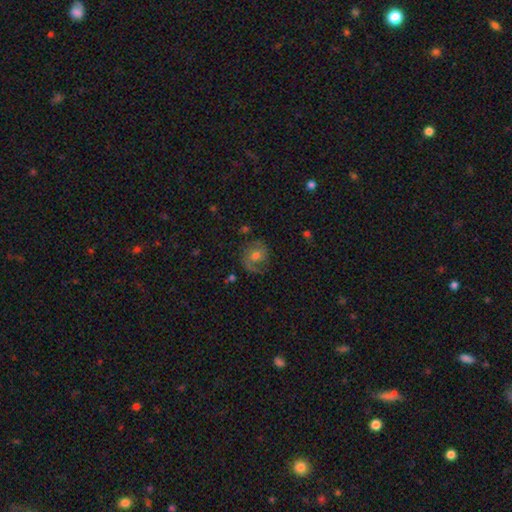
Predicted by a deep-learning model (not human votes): Overall: featured or disk (48%; smooth 41%). Merging: none (65%).